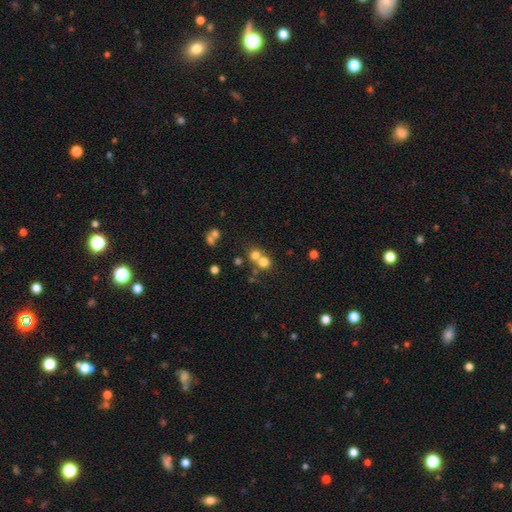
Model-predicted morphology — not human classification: Smooth or featured? Predicted: smooth (p=0.70). How rounded? Predicted: round (p=0.86). Merging? Predicted: merger (p=0.47).